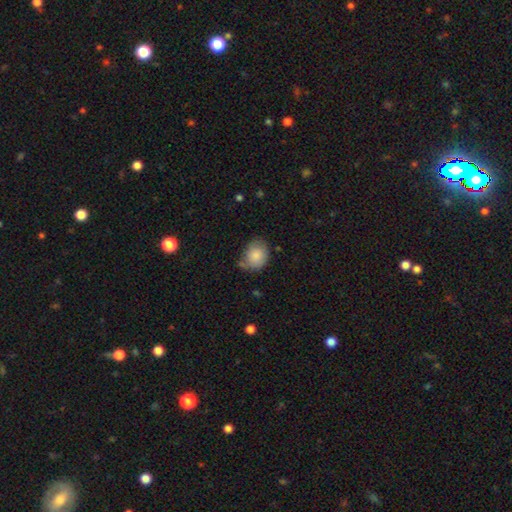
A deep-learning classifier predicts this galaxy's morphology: Q: Smooth or featured?
A: smooth (82%); runner-up: featured or disk (10%)
Q: How rounded?
A: in between (50%); runner-up: round (49%)
Q: Merging?
A: none (54%); runner-up: minor disturbance (32%)